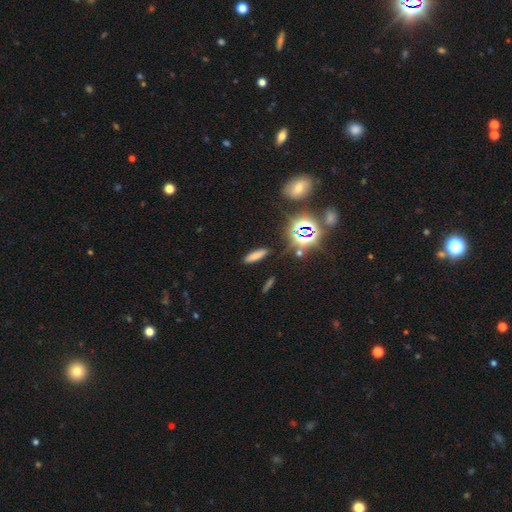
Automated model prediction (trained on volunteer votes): A smooth galaxy with no disk features (68%) that is cigar-shaped (58%).

Vote fractions:
- Smooth or featured? smooth: 68% / star or artifact: 22% / featured or disk: 10%
- How rounded? cigar-shaped: 58% / in between: 38% / round: 4%
- Merging? none: 87% / minor disturbance: 8% / major disturbance: 3% / merger: 2%